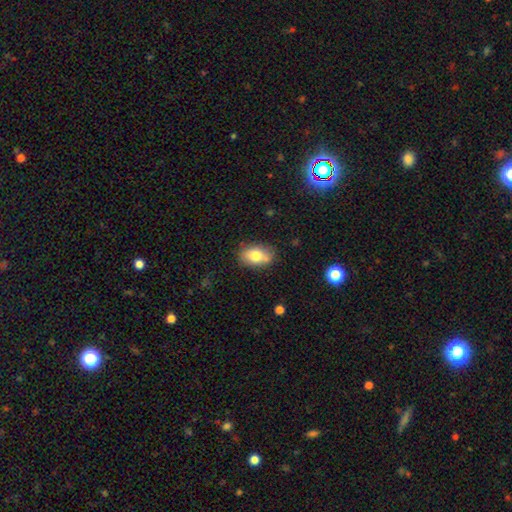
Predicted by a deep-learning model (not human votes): Smooth or featured? Predicted: smooth (p=0.76). How rounded? Predicted: in between (p=0.86). Merging? Predicted: none (p=0.75).